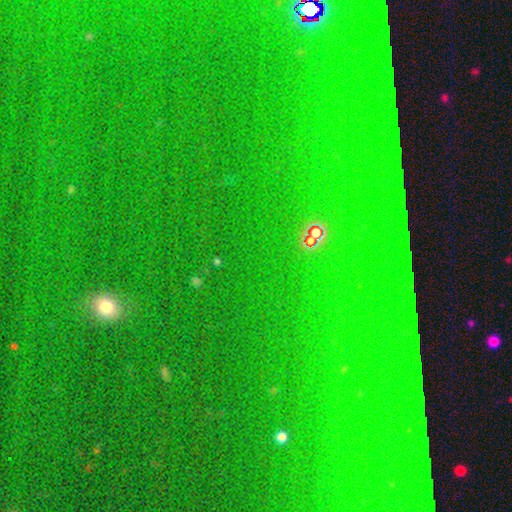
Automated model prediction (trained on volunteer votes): A star or artifact, not a galaxy (76%).

Vote fractions:
- Smooth or featured? star or artifact: 76% / smooth: 16% / featured or disk: 8%